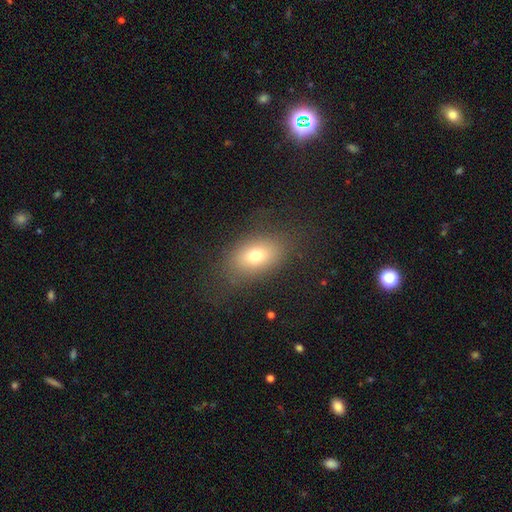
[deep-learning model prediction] This appears to be a smooth galaxy with no disk features (71%) that is in between round and cigar-shaped (80%). Merging: none (76%).